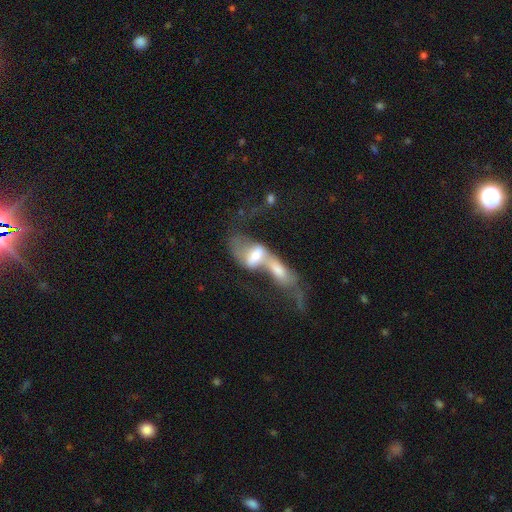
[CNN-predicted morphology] Smooth or featured?
  - featured or disk: 55% *
  - smooth: 37%
  - star or artifact: 9%
Edge-on disk?
  - no: 88% *
  - yes: 12%
Merging?
  - merger: 79% *
  - major disturbance: 10%
  - none: 7%
  - minor disturbance: 4%